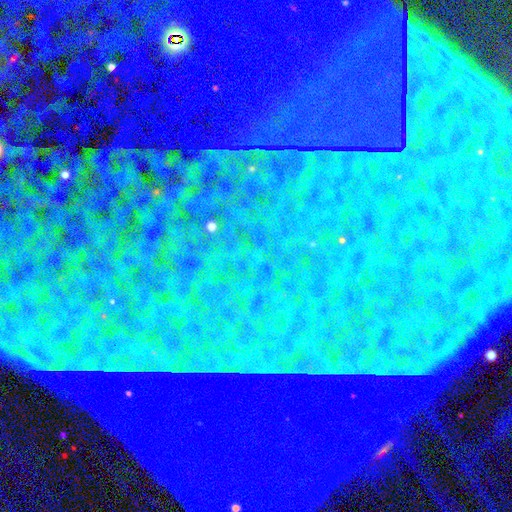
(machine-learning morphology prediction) smooth-or-featured: star or artifact: 87% | featured or disk: 7% | smooth: 6%